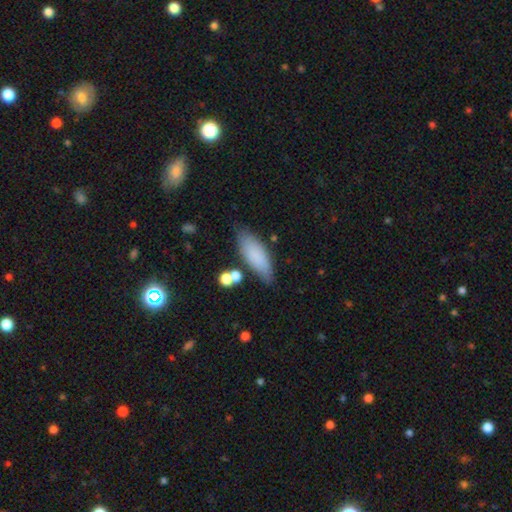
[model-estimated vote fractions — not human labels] smooth-or-featured: smooth: 83% | featured or disk: 10% | star or artifact: 7%
  how-rounded: in between: 66% | cigar-shaped: 32% | round: 2%
  merging: none: 75% | minor disturbance: 16% | merger: 5% | major disturbance: 4%